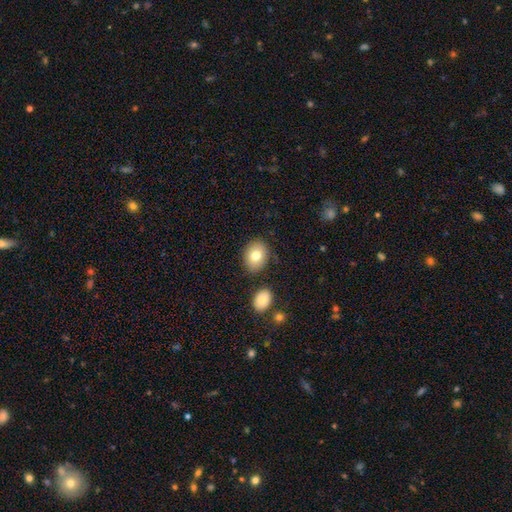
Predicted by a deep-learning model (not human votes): A smooth galaxy with no disk features (78%) that is in between round and cigar-shaped (60%).

Vote fractions:
- Smooth or featured? smooth: 78% / featured or disk: 13% / star or artifact: 9%
- How rounded? in between: 60% / round: 39% / cigar-shaped: 1%
- Merging? none: 82% / minor disturbance: 11% / merger: 5% / major disturbance: 3%